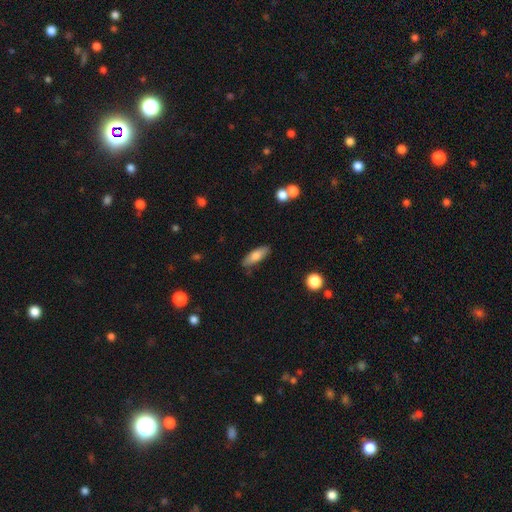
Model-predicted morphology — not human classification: smooth 75%, featured or disk 19%, star or artifact 7%. Down the decision tree: how rounded — in between (60%); merging — none (83%).